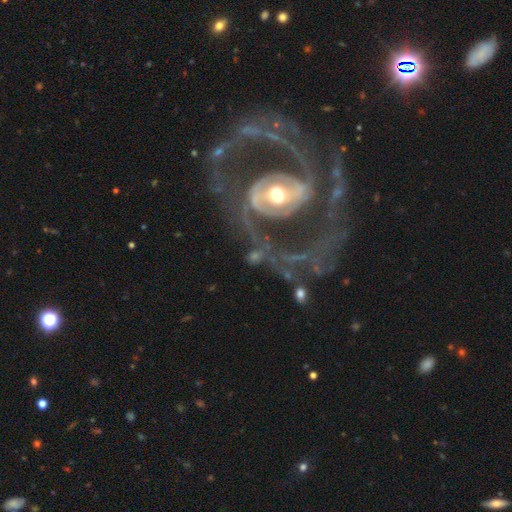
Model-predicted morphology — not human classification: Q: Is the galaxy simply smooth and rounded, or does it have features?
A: featured or disk — 85%.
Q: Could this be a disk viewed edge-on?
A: no — 96%.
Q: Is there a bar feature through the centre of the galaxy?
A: no — 37%.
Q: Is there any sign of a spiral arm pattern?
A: yes — 86%.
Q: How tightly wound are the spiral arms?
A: medium — 39%.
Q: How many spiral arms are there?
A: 2 — 54%.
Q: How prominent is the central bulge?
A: moderate — 65%.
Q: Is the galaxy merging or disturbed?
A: none — 44%.